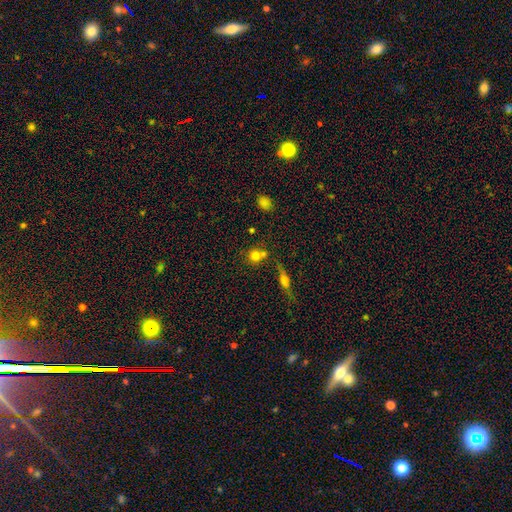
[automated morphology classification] Smooth or featured? smooth (75%)
How rounded? round (86%)
Merging? none (52%)